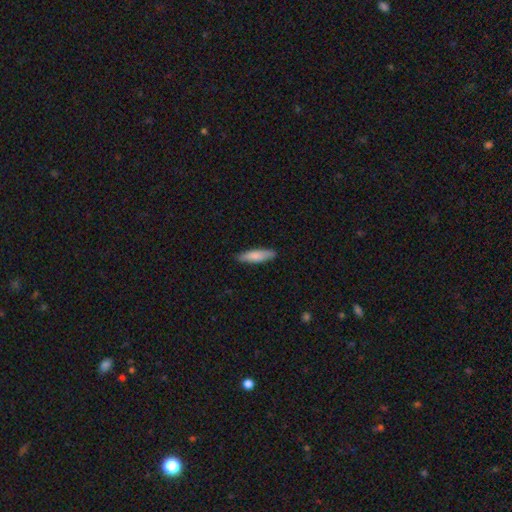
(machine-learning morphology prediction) smooth 81%, featured or disk 14%, star or artifact 5%. Down the decision tree: how rounded — cigar-shaped (69%); merging — none (87%).